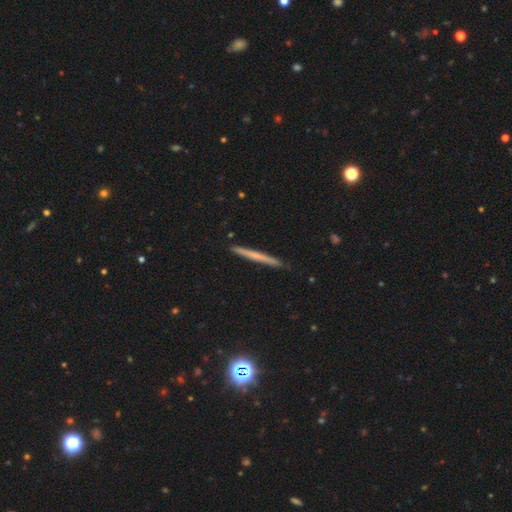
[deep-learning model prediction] A smooth galaxy with no disk features (51%) that is cigar-shaped (97%). Merging: none (90%).